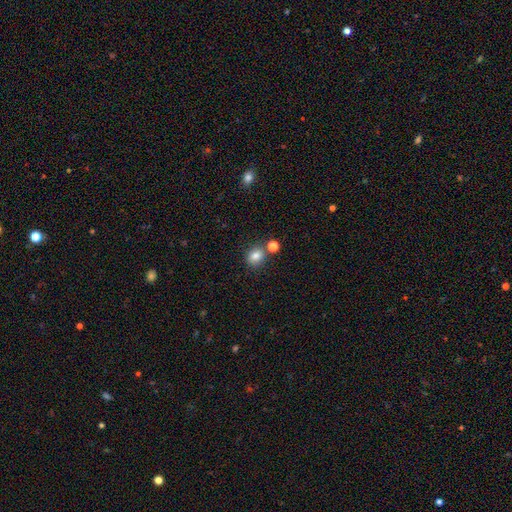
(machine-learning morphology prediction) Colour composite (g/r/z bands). It shows a smooth galaxy with no disk features (82%) that is round (64%). Merging: none (71%).